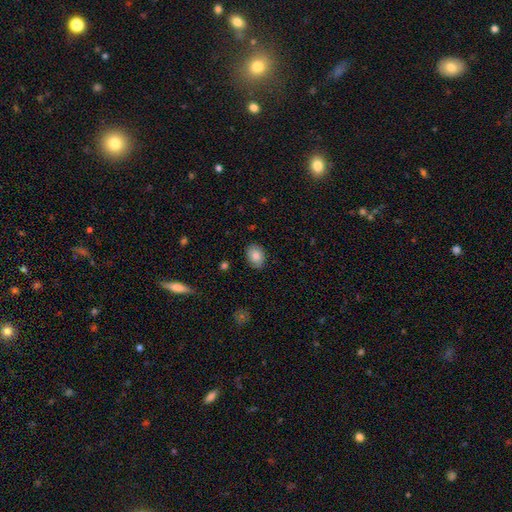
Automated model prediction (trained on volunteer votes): Smooth or featured? smooth (84%)
How rounded? in between (73%)
Merging? none (84%)